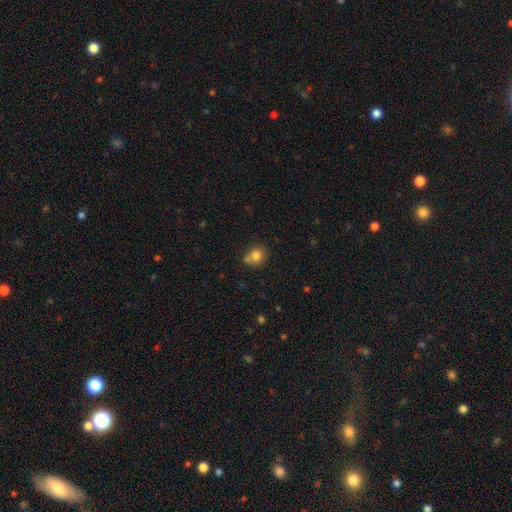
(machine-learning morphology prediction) smooth_or_featured: smooth (p=0.79) [alt: star or artifact p=0.11]
how_rounded: round (p=0.76) [alt: in between p=0.23]
merging: none (p=0.54) [alt: merger p=0.22]